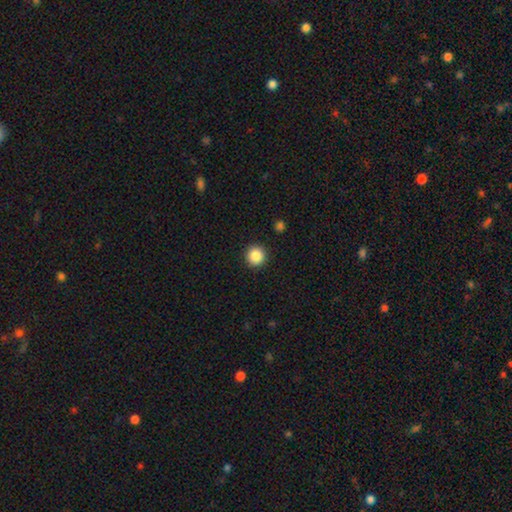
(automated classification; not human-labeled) Smooth or featured? Predicted: smooth (p=0.86). How rounded? Predicted: round (p=0.95). Merging? Predicted: none (p=0.92).